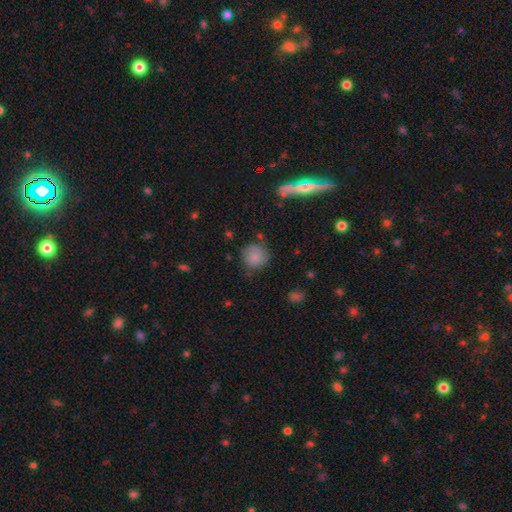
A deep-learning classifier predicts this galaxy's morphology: smooth_or_featured: smooth (p=0.79) [alt: featured or disk p=0.12]
how_rounded: round (p=0.87) [alt: in between p=0.12]
merging: none (p=0.68) [alt: minor disturbance p=0.22]